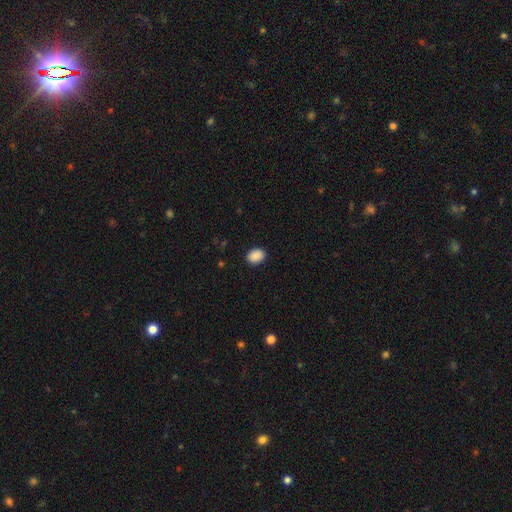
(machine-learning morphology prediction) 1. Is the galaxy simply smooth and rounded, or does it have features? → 90% smooth, 8% star or artifact, 2% featured or disk.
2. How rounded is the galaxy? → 72% in between, 27% round, 1% cigar-shaped.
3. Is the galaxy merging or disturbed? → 90% none, 7% minor disturbance, 2% major disturbance, 1% merger.